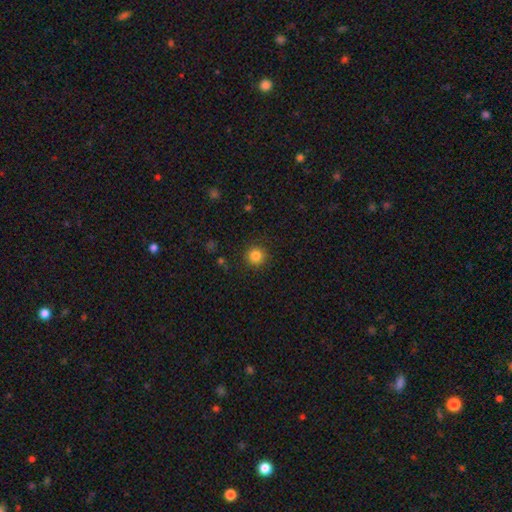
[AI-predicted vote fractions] Morphology: type=smooth (84%); roundness=round (95%); merging=none (90%).